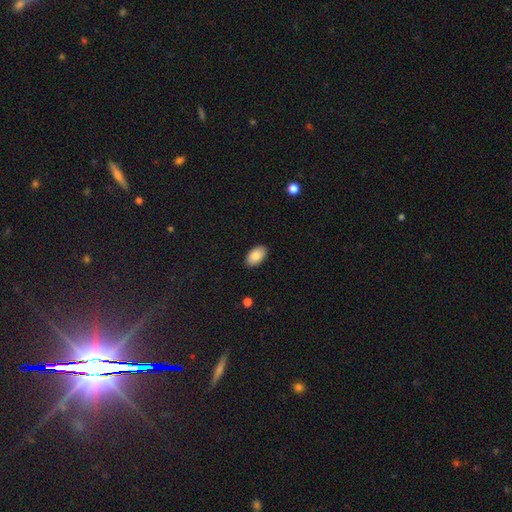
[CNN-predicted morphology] smooth_or_featured: smooth (p=0.87) [alt: star or artifact p=0.07]
how_rounded: in between (p=0.95) [alt: round p=0.04]
merging: none (p=0.90) [alt: minor disturbance p=0.07]